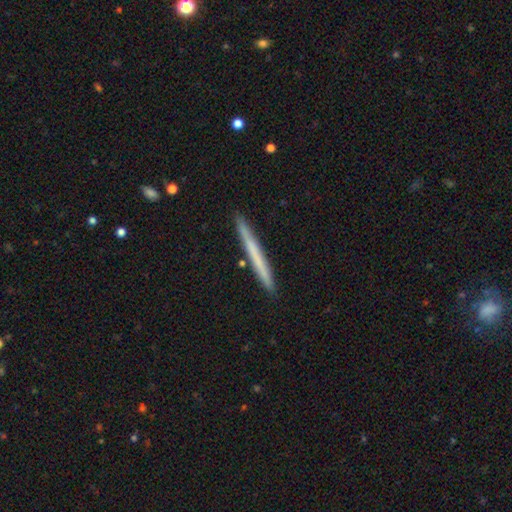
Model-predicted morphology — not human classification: smooth 59%, featured or disk 35%, star or artifact 6%. Down the decision tree: how rounded — cigar-shaped (97%); merging — none (91%).